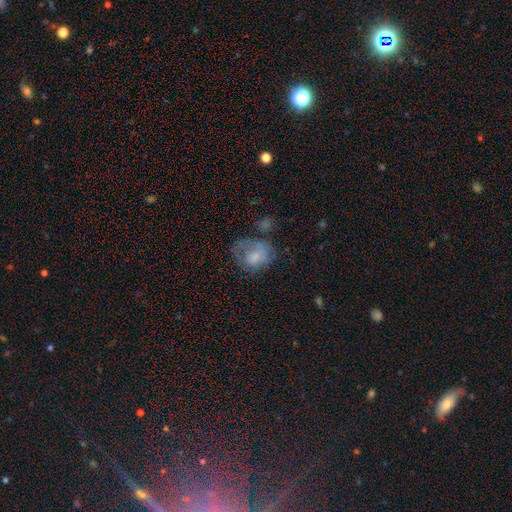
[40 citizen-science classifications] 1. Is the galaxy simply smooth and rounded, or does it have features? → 60% smooth, 28% featured or disk, 12% star or artifact.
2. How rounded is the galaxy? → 54% round, 42% in between, 4% cigar-shaped.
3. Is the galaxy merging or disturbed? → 51% none, 26% major disturbance, 17% minor disturbance, 6% merger.